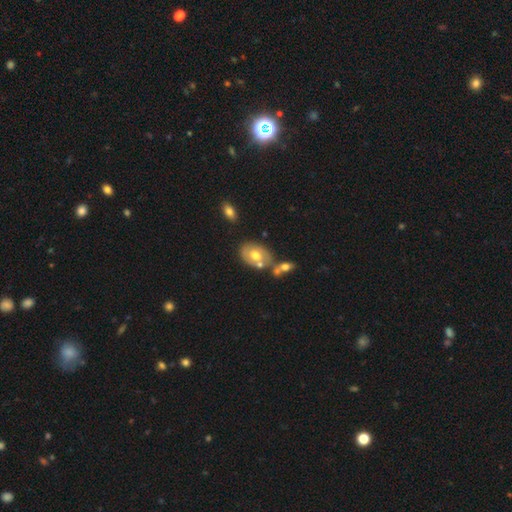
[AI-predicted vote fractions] Overall: smooth (55%; featured or disk 38%). How rounded: in between (75%). Merging: none (52%; merger 25%).